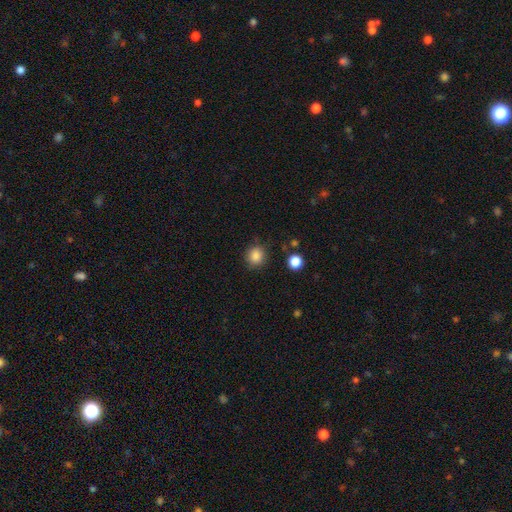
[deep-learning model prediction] Morphology: type=smooth (86%); roundness=round (88%); merging=none (86%).